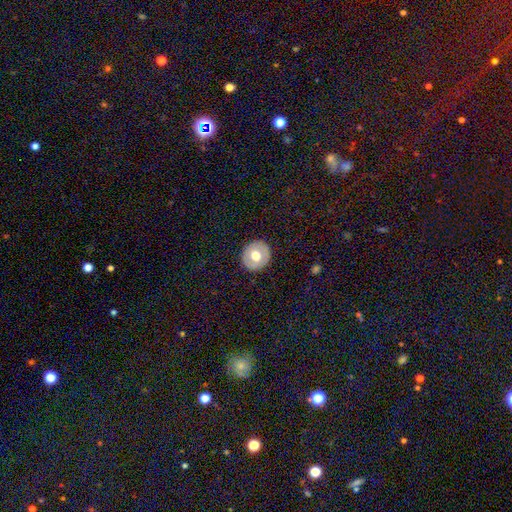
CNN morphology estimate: A smooth galaxy with no disk features (60%) that is round (85%). Merging: none (89%).